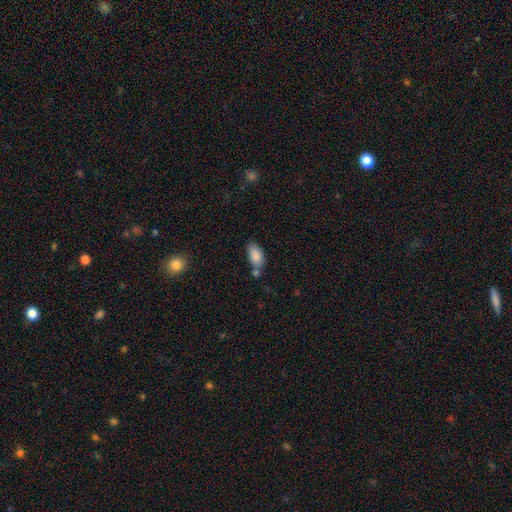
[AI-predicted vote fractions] Morphology: type=smooth (86%); roundness=in between (92%); merging=none (49%).